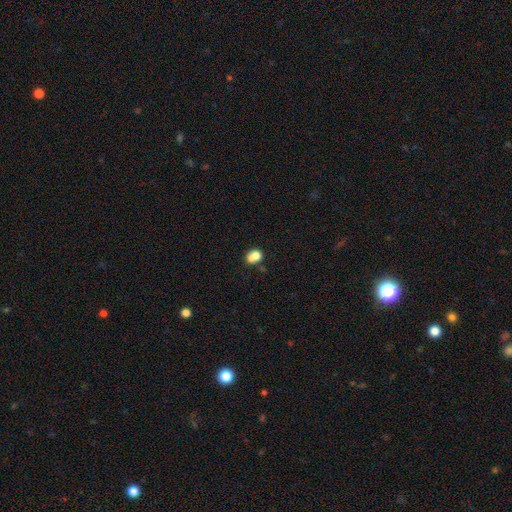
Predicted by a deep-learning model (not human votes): smooth-or-featured: smooth: 76% | featured or disk: 13% | star or artifact: 11%
  how-rounded: round: 50% | in between: 49% | cigar-shaped: 1%
  merging: none: 38% | merger: 32% | minor disturbance: 21% | major disturbance: 10%